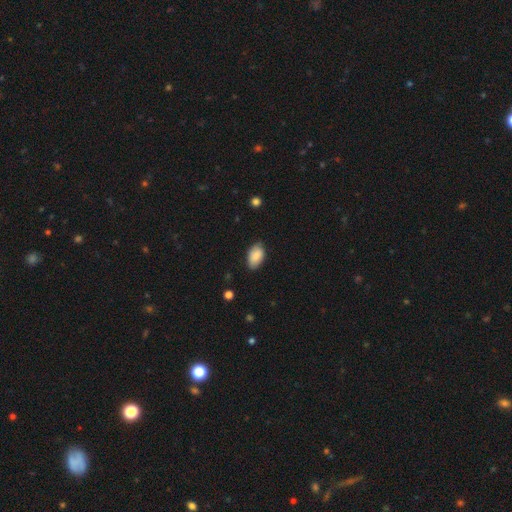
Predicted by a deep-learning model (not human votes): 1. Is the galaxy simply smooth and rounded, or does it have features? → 88% smooth, 6% star or artifact, 6% featured or disk.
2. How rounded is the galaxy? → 93% in between, 6% round, 1% cigar-shaped.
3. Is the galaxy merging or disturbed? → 80% none, 17% minor disturbance, 3% major disturbance, 1% merger.